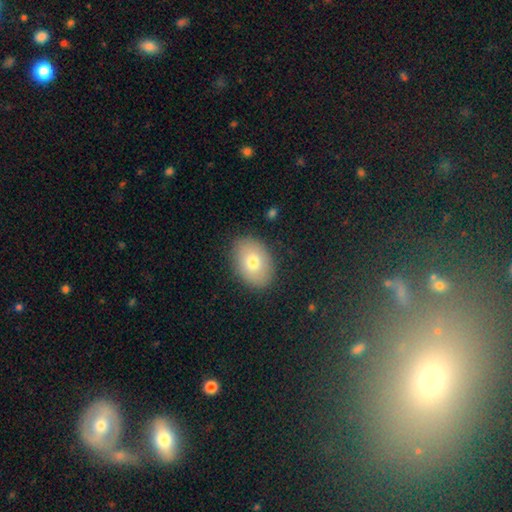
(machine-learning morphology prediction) Smooth or featured: smooth — 75% (featured or disk — 16%)
How rounded: in between — 81% (round — 18%)
Merging: none — 87% (minor disturbance — 9%)